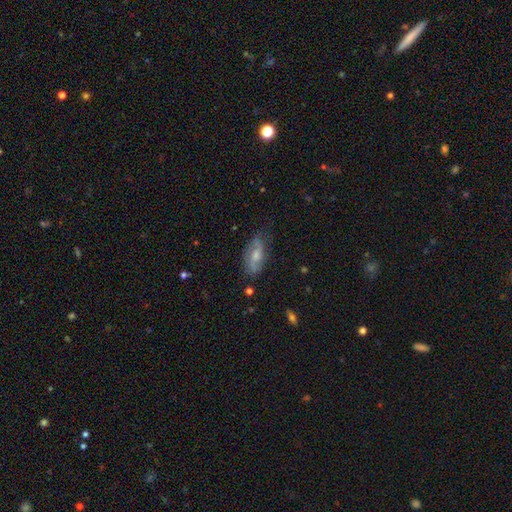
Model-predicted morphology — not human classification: The model was most divided on "smooth or featured": featured or disk: 56%, smooth: 36%, star or artifact: 8%. More confident: edge-on disk — no (88%); merging — none (71%).